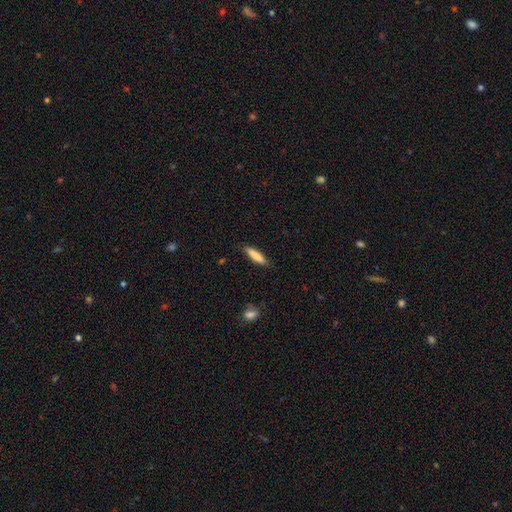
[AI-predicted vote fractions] Morphology: type=smooth (81%); roundness=cigar-shaped (83%); merging=none (85%).